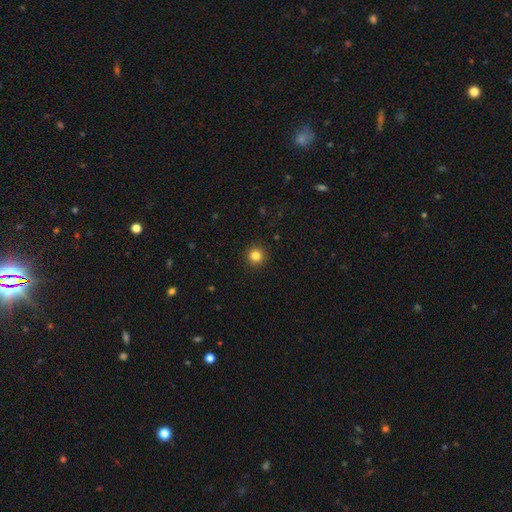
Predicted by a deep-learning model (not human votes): Smooth or featured? smooth (83%)
How rounded? round (95%)
Merging? none (93%)